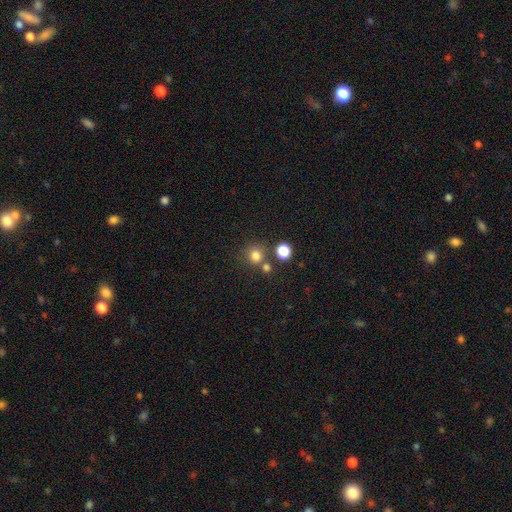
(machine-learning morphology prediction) smooth_or_featured: smooth (p=0.79) [alt: star or artifact p=0.15]
how_rounded: round (p=0.89) [alt: in between p=0.10]
merging: none (p=0.69) [alt: merger p=0.19]